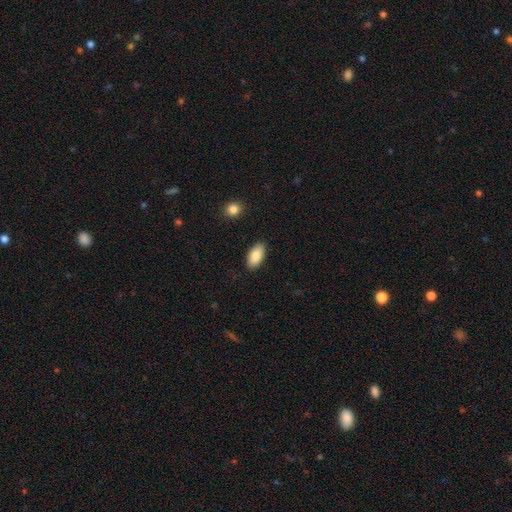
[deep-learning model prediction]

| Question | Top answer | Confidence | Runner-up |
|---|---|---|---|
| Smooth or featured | smooth | 87% | star or artifact (6%) |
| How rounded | in between | 93% | cigar-shaped (5%) |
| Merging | none | 88% | minor disturbance (9%) |